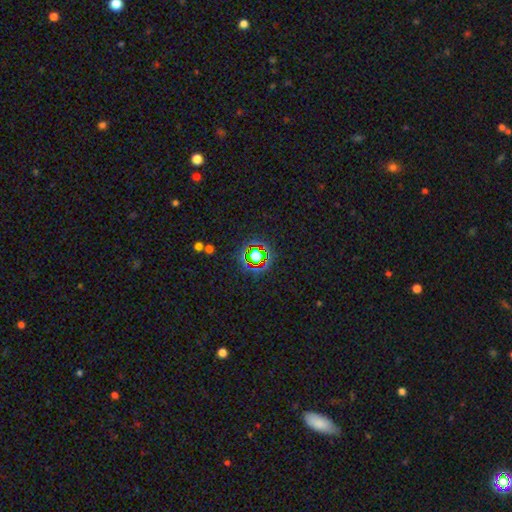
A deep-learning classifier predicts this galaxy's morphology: smooth_or_featured: star or artifact (p=0.70) [alt: smooth p=0.19]